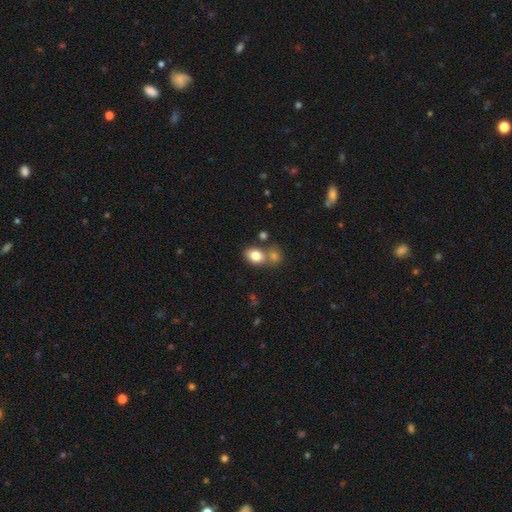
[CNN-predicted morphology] Smooth or featured: smooth — 81% (featured or disk — 10%)
How rounded: in between — 71% (round — 28%)
Merging: none — 47% (merger — 37%)